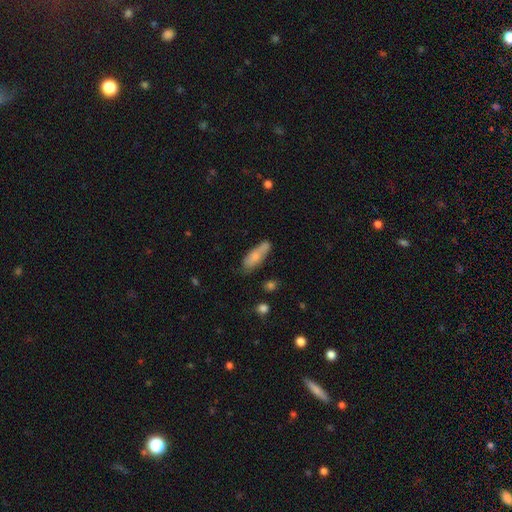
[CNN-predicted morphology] smooth 72%, featured or disk 21%, star or artifact 7%. Down the decision tree: how rounded — in between (52%); merging — none (56%).